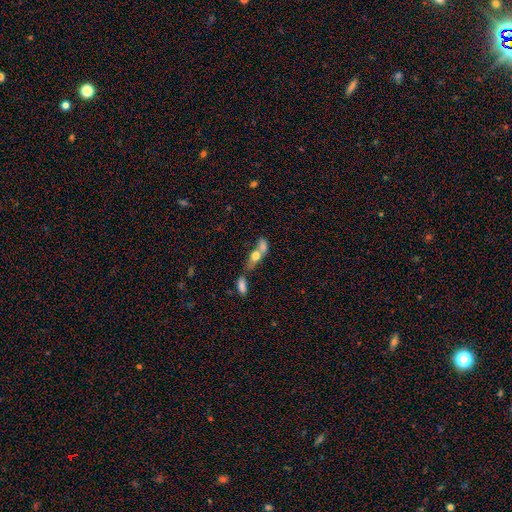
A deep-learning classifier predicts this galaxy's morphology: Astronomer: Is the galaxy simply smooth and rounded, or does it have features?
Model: smooth — 64%.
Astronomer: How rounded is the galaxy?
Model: in between — 63%.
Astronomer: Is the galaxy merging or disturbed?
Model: merger — 67%.